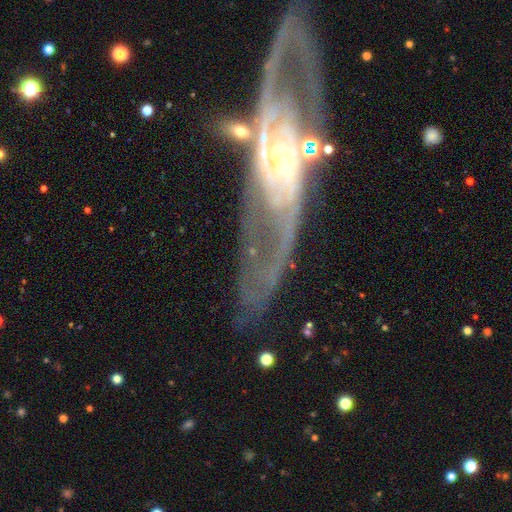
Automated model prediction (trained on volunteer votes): smooth-or-featured: featured or disk: 88% | star or artifact: 6% | smooth: 5%
  disk-edge-on: no: 85% | yes: 15%
    bar: no: 41% | weak: 35% | strong: 24%
    has-spiral-arms: yes: 95% | no: 5%
      spiral-winding: medium: 47% | tight: 31% | loose: 22%
      spiral-arm-count: 2: 78% | can't tell: 9% | 3: 4% | 1: 3% | 4: 3% | more than 4: 3%
    bulge-size: small: 74% | moderate: 18% | none: 3% | large: 3% | dominant: 1%
  merging: none: 71% | minor disturbance: 14% | major disturbance: 10% | merger: 5%